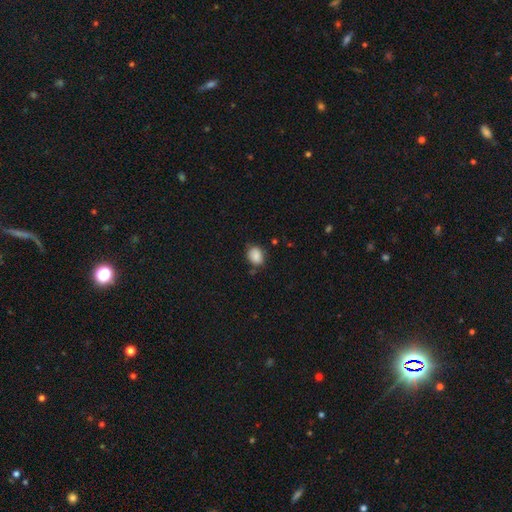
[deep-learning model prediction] Smooth or featured? Predicted: smooth (p=0.87). How rounded? Predicted: in between (p=0.58). Merging? Predicted: none (p=0.73).